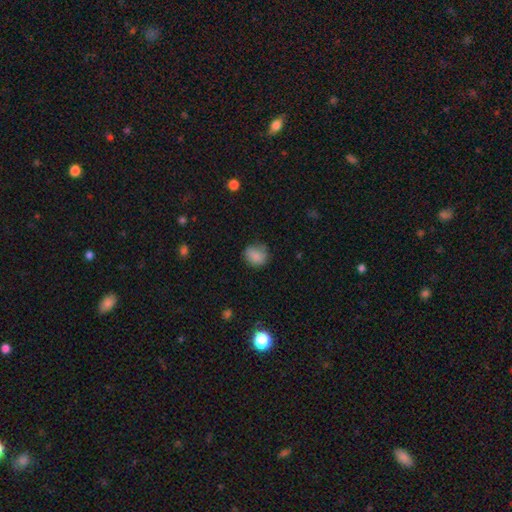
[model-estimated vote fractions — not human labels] A smooth galaxy with no disk features (83%) that is round (72%).

Vote fractions:
- Smooth or featured? smooth: 83% / star or artifact: 9% / featured or disk: 8%
- How rounded? round: 72% / in between: 27% / cigar-shaped: 1%
- Merging? none: 68% / minor disturbance: 24% / major disturbance: 6% / merger: 2%